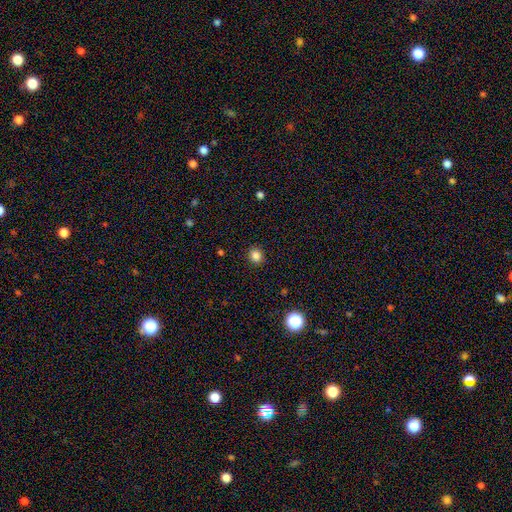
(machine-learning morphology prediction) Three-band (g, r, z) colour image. It shows a smooth galaxy with no disk features (84%) that is round (77%). Merging: none (90%).